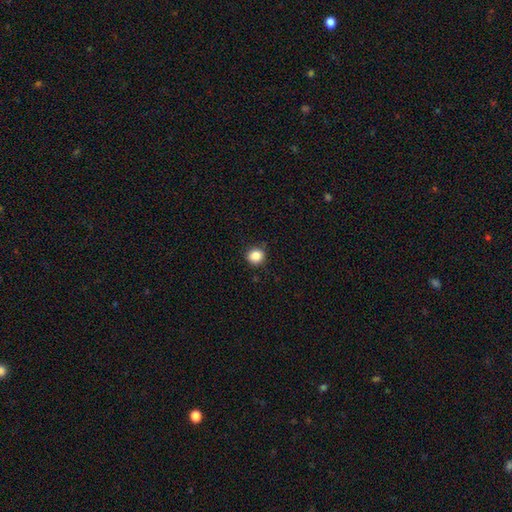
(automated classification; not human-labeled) Smooth or featured: smooth — 86% (star or artifact — 10%)
How rounded: round — 88% (in between — 11%)
Merging: none — 87% (minor disturbance — 10%)